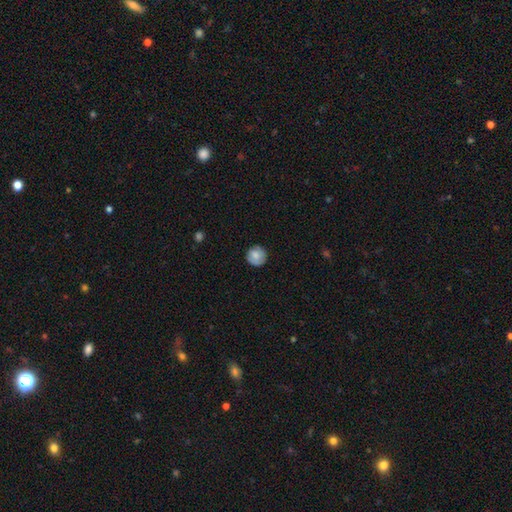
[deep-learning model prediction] A smooth galaxy with no disk features (76%) that is round (93%).

Vote fractions:
- Smooth or featured? smooth: 76% / featured or disk: 16% / star or artifact: 7%
- How rounded? round: 93% / in between: 6% / cigar-shaped: 1%
- Merging? none: 82% / minor disturbance: 14% / major disturbance: 3% / merger: 1%